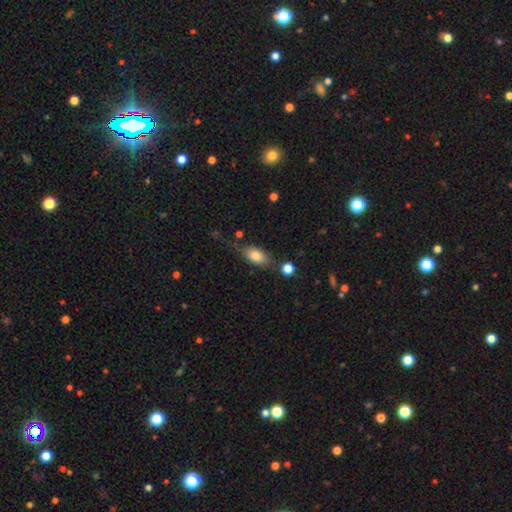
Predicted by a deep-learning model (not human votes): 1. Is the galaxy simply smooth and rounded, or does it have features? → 79% smooth, 14% featured or disk, 7% star or artifact.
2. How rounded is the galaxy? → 86% in between, 7% cigar-shaped, 7% round.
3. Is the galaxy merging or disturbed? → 59% none, 22% minor disturbance, 10% major disturbance, 9% merger.